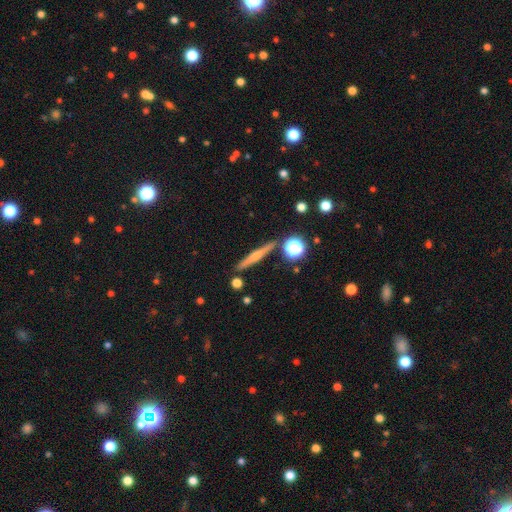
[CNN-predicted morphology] Overall: featured or disk (53%; smooth 38%). Edge-on disk: yes (96%). Edge-on bulge: rounded (70%). Merging: none (87%).